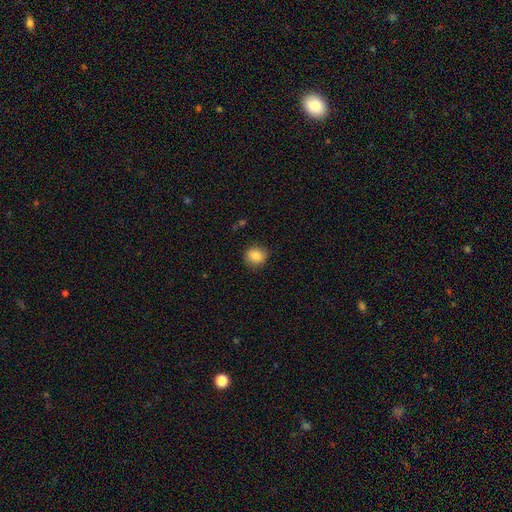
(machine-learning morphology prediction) A smooth galaxy with no disk features (85%) that is round (83%). Merging: none (84%).